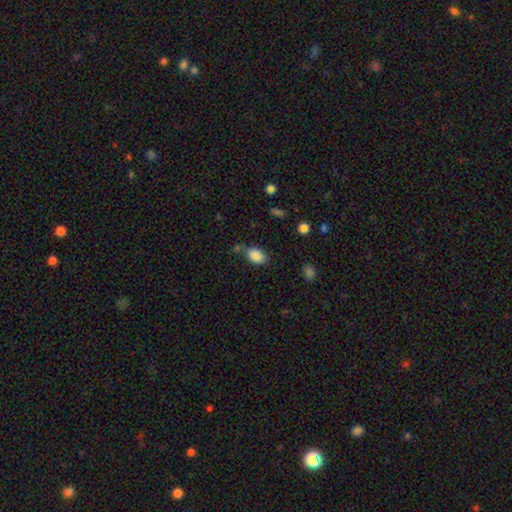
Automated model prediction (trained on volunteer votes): This appears to be a smooth galaxy with no disk features (87%) that is in between round and cigar-shaped (85%). Merging: none (66%).